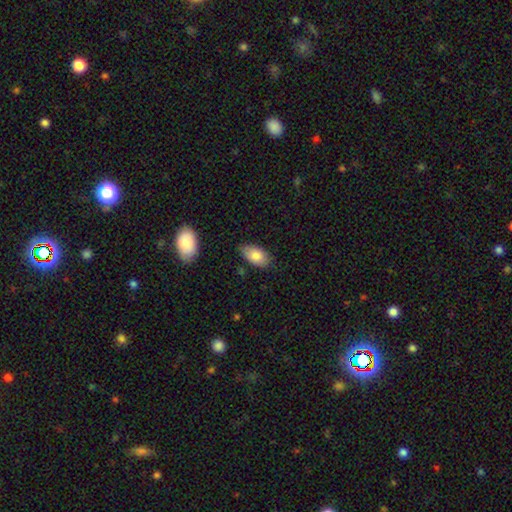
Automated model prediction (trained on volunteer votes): The model was most divided on "merging": none: 74%, minor disturbance: 21%, major disturbance: 3%, merger: 2%. More confident: how rounded — in between (93%); smooth or featured — smooth (81%).